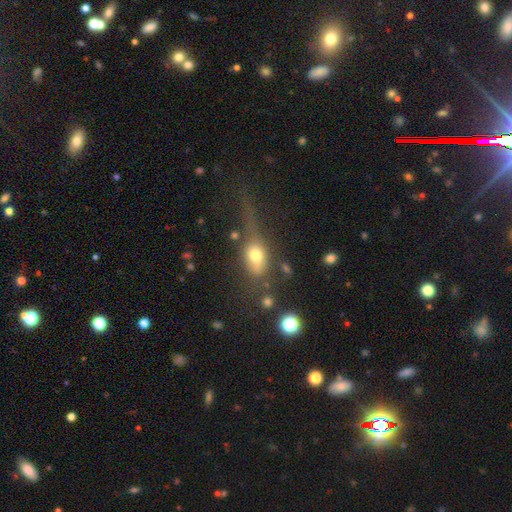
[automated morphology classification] A smooth galaxy with no disk features (69%) that is in between round and cigar-shaped (73%).

Vote fractions:
- Smooth or featured? smooth: 69% / featured or disk: 20% / star or artifact: 11%
- How rounded? in between: 73% / round: 20% / cigar-shaped: 7%
- Merging? major disturbance: 37% / none: 32% / minor disturbance: 21% / merger: 10%